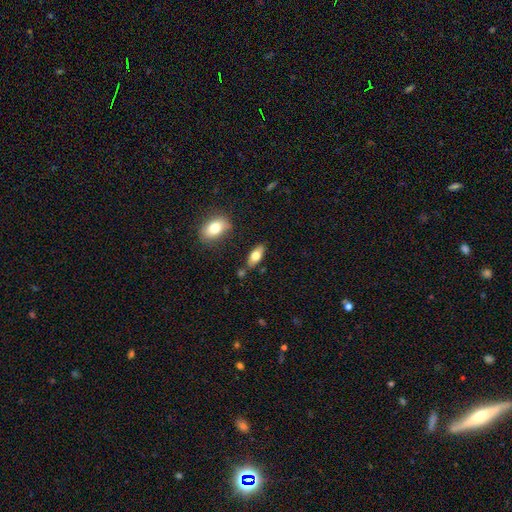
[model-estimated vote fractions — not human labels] smooth-or-featured: smooth: 69% | featured or disk: 25% | star or artifact: 7%
  how-rounded: in between: 80% | cigar-shaped: 16% | round: 3%
  merging: none: 78% | minor disturbance: 14% | merger: 5% | major disturbance: 3%